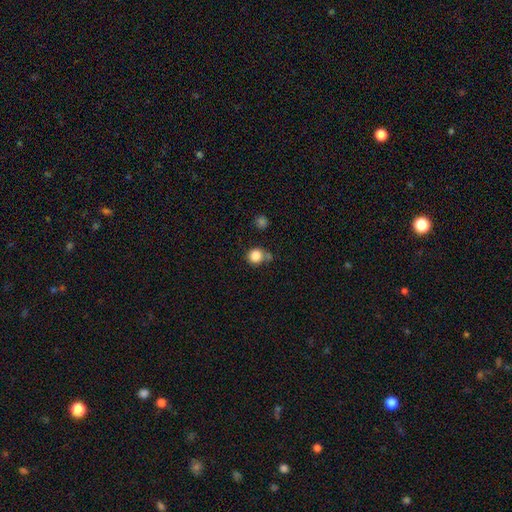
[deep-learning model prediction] smooth 85%, star or artifact 10%, featured or disk 5%. Down the decision tree: how rounded — round (89%); merging — none (68%).